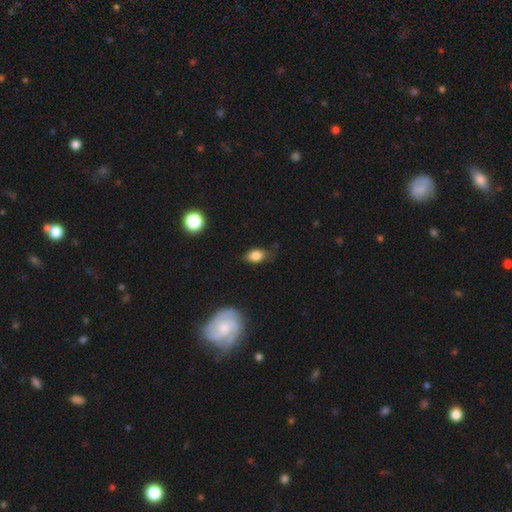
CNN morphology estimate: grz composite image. It shows a smooth galaxy with no disk features (82%) that is in between round and cigar-shaped (82%). Merging: none (69%).